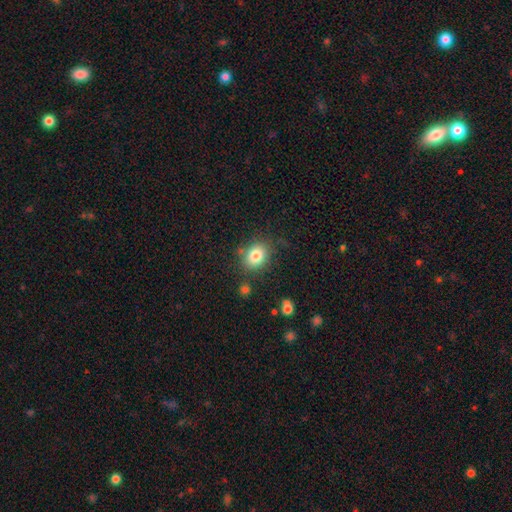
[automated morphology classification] Q: Smooth or featured?
A: smooth (82%); runner-up: star or artifact (10%)
Q: How rounded?
A: in between (52%); runner-up: round (47%)
Q: Merging?
A: none (77%); runner-up: minor disturbance (14%)